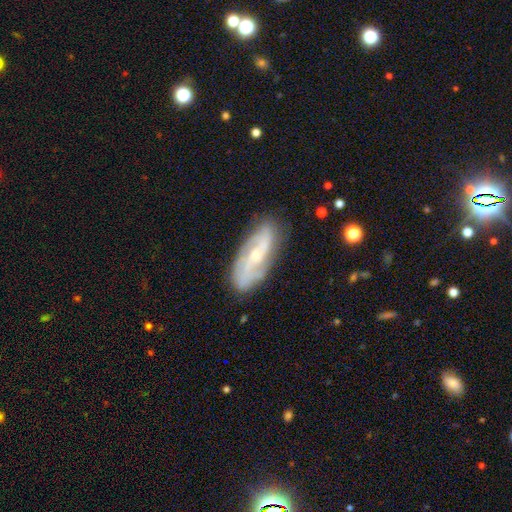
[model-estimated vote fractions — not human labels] Q: Smooth or featured?
A: featured or disk (76%); runner-up: smooth (17%)
Q: Edge-on disk?
A: no (89%); runner-up: yes (11%)
Q: Bar?
A: no (47%); runner-up: weak (38%)
Q: Spiral arms?
A: yes (91%); runner-up: no (9%)
Q: Spiral winding?
A: medium (41%); runner-up: tight (30%)
Q: Spiral arm count?
A: 2 (71%); runner-up: can't tell (16%)
Q: Bulge size?
A: small (58%); runner-up: moderate (37%)
Q: Merging?
A: none (81%); runner-up: minor disturbance (14%)